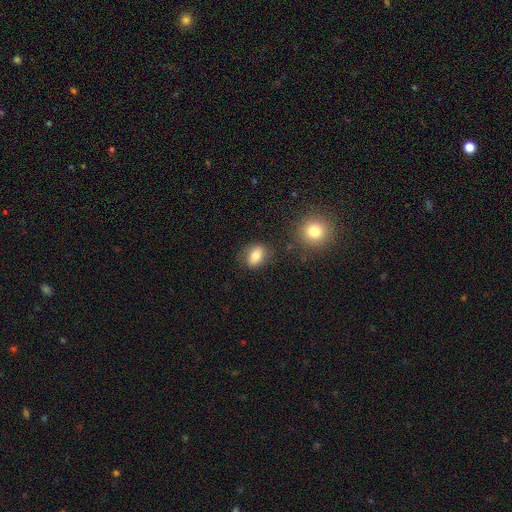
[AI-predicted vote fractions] The model was most divided on "how rounded": in between: 72%, round: 26%, cigar-shaped: 2%. More confident: smooth or featured — smooth (78%); merging — none (77%).